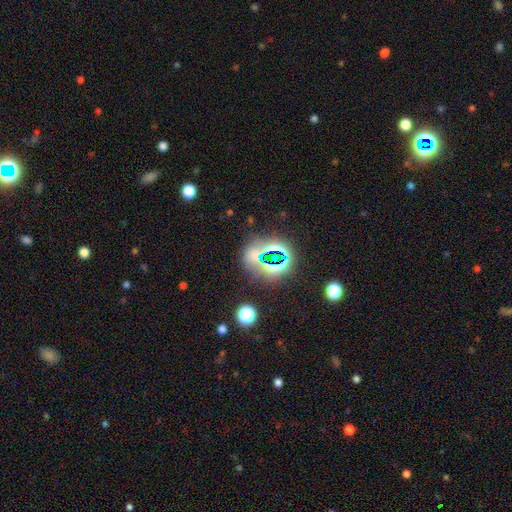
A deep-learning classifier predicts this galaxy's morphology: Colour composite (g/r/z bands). It shows a star or artifact, not a galaxy (58%).